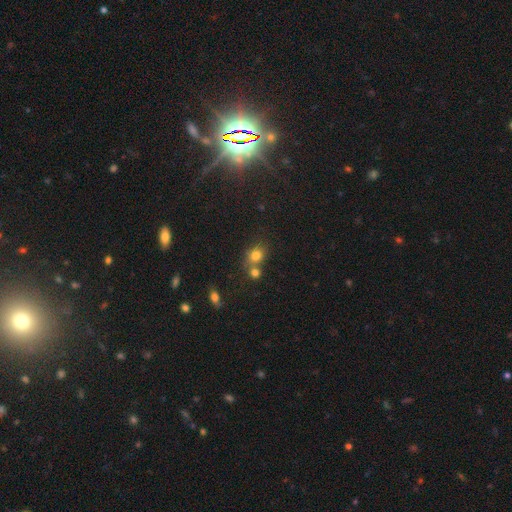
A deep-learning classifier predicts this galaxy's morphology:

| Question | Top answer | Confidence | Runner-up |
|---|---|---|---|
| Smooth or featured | smooth | 76% | star or artifact (14%) |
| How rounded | round | 65% | in between (34%) |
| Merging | none | 48% | merger (37%) |